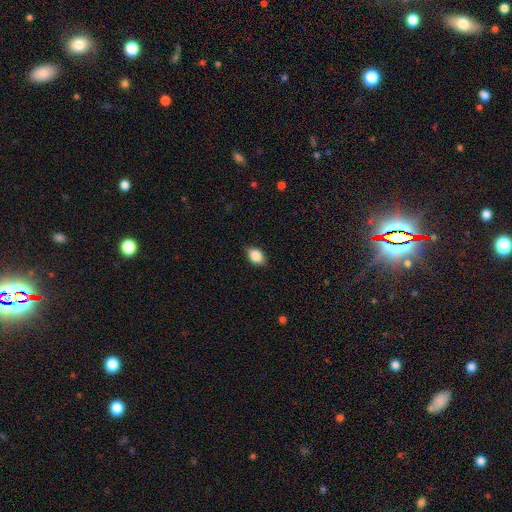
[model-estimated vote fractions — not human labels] A smooth galaxy with no disk features (84%) that is in between round and cigar-shaped (76%). Merging: none (77%).